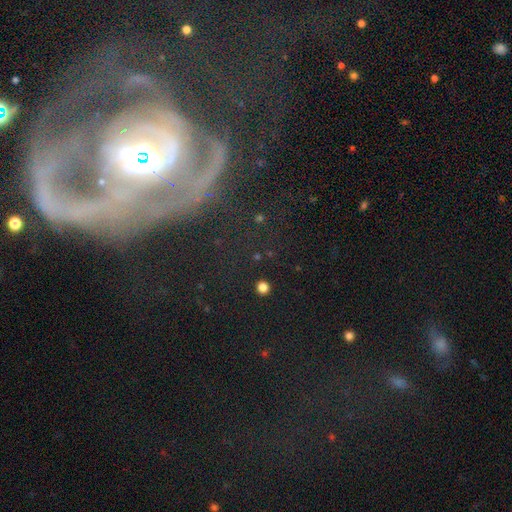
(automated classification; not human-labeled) A featured or disk galaxy (71%) with no bar (55%), spiral arms (74%) and a moderate central bulge (54%). Merging: none (42%).